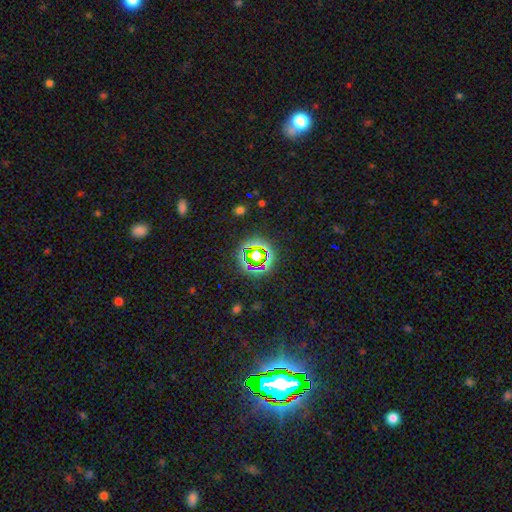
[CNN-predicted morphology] smooth-or-featured: star or artifact: 64% | smooth: 23% | featured or disk: 13%